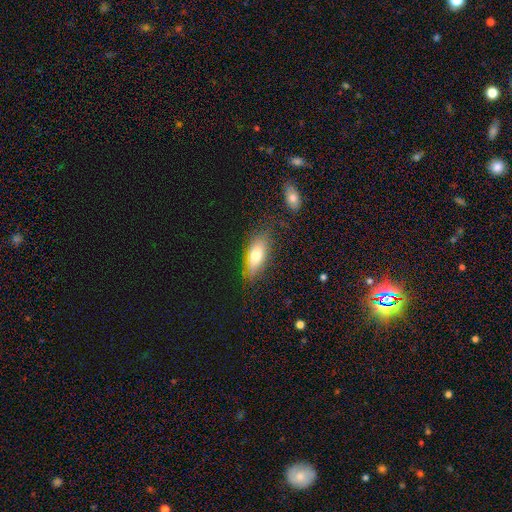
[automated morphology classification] Smooth or featured? Predicted: smooth (p=0.67). How rounded? Predicted: in between (p=0.79). Merging? Predicted: none (p=0.74).